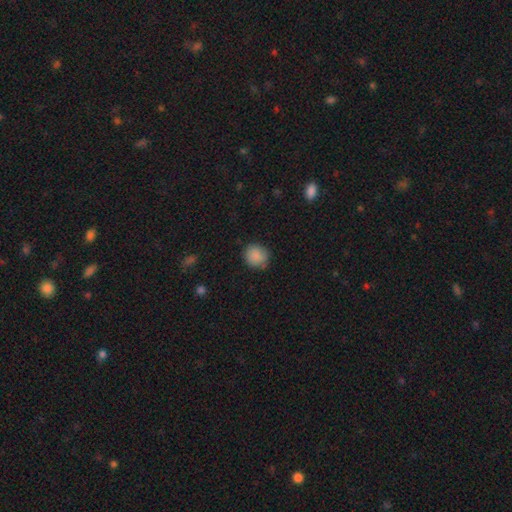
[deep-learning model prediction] Morphology: type=smooth (87%); roundness=round (85%); merging=none (81%).